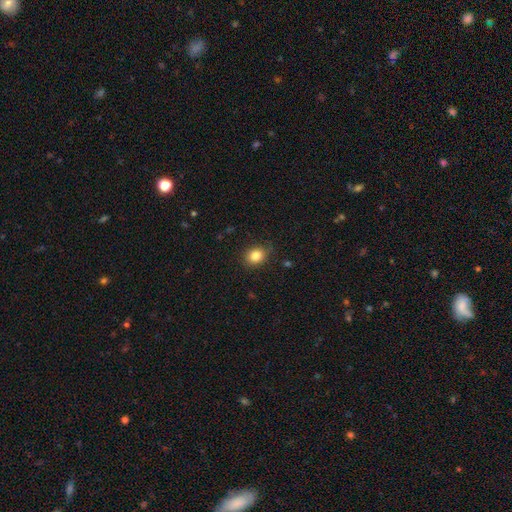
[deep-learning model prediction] This is clearly a smooth galaxy (84%). How rounded: possibly round (58%). Merging: clearly none (84%).